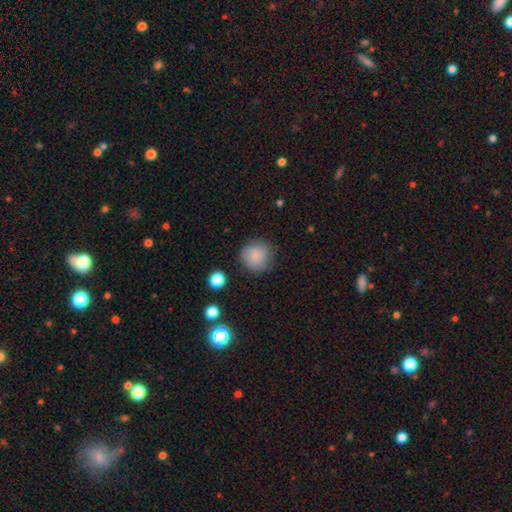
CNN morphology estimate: smooth_or_featured: smooth (p=0.84) [alt: star or artifact p=0.09]
how_rounded: round (p=0.92) [alt: in between p=0.07]
merging: none (p=0.80) [alt: minor disturbance p=0.14]